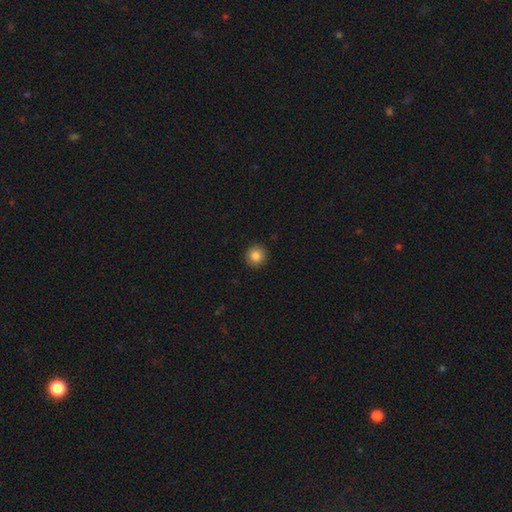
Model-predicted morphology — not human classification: Smooth or featured? smooth (85%)
How rounded? round (94%)
Merging? none (92%)